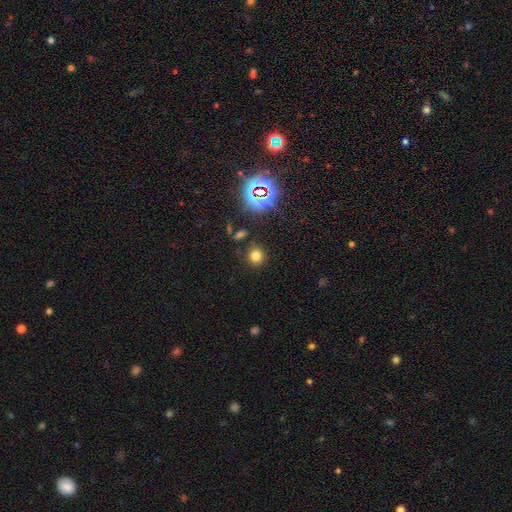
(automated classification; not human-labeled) smooth_or_featured: smooth (p=0.71) [alt: star or artifact p=0.22]
how_rounded: round (p=0.83) [alt: in between p=0.16]
merging: none (p=0.85) [alt: minor disturbance p=0.08]